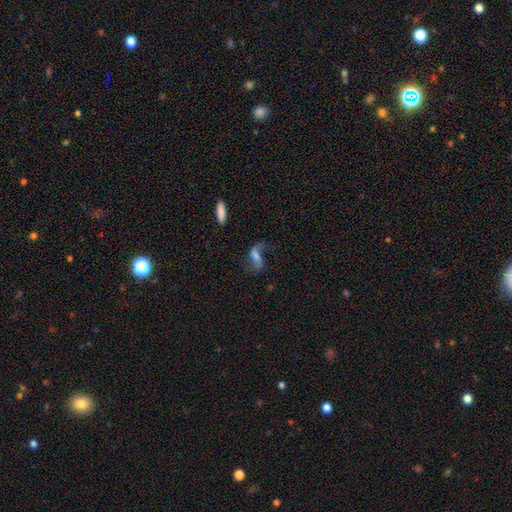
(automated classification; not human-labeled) This is likely a featured or disk galaxy (69%). It is clearly not viewed edge-on (94%). Bar: marginally weak (43%). Spiral arm pattern: clearly yes (88%). Spiral arm count: clearly 2 (84%). Spiral winding: clearly loose (86%). Central bulge: marginally small (33%). Merging: possibly none (56%).